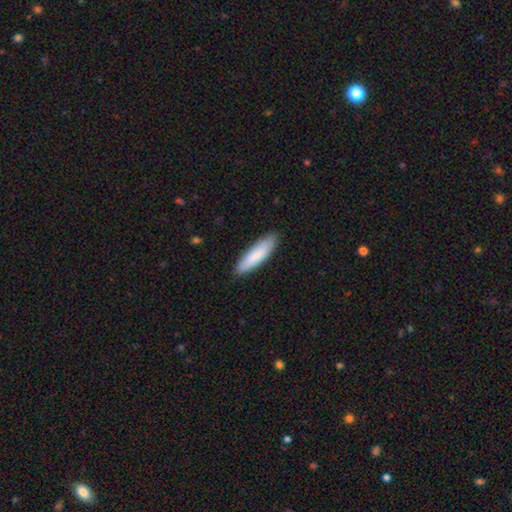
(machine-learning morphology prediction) type=smooth (83%); roundness=cigar-shaped (65%); merging=none (87%).